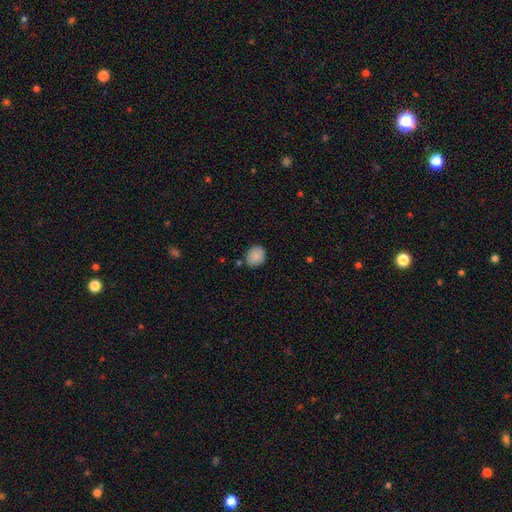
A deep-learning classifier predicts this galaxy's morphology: Smooth or featured: smooth — 88% (star or artifact — 8%)
How rounded: round — 71% (in between — 28%)
Merging: none — 80% (minor disturbance — 13%)